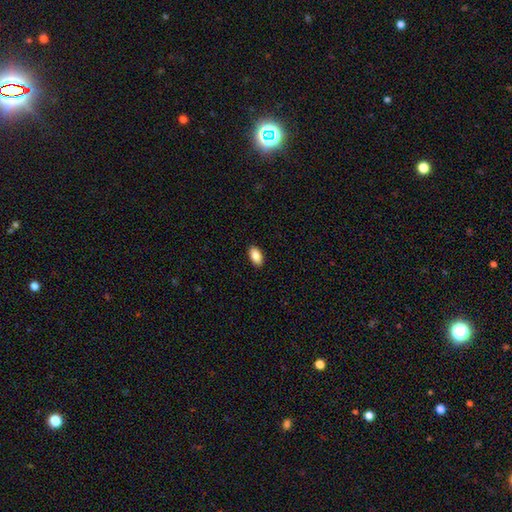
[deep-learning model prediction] smooth 88%, star or artifact 7%, featured or disk 5%. Down the decision tree: how rounded — in between (94%); merging — none (90%).